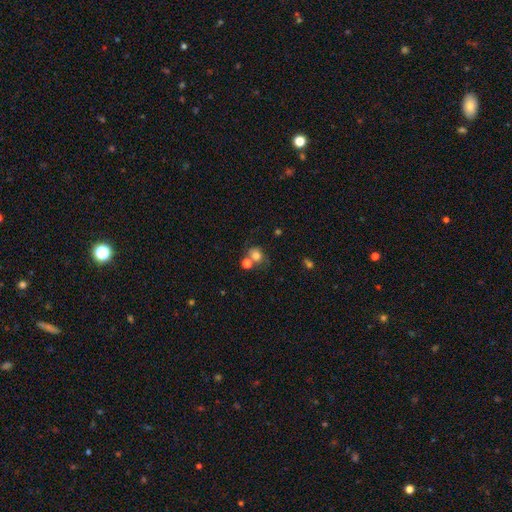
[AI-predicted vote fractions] Smooth or featured? smooth (75%)
How rounded? round (74%)
Merging? none (49%)